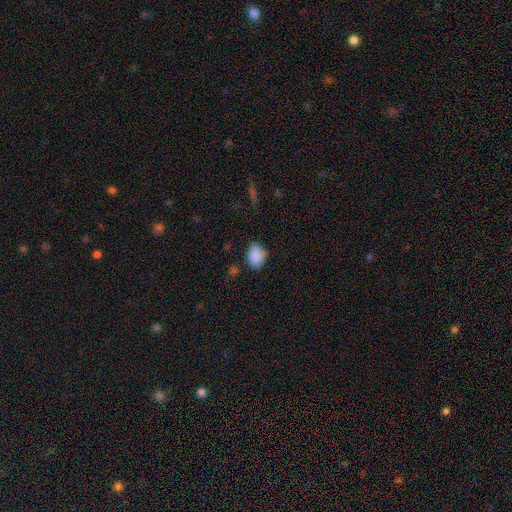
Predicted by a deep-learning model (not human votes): The model was most divided on "how rounded": in between: 73%, round: 26%, cigar-shaped: 1%. More confident: smooth or featured — smooth (88%); merging — none (74%).